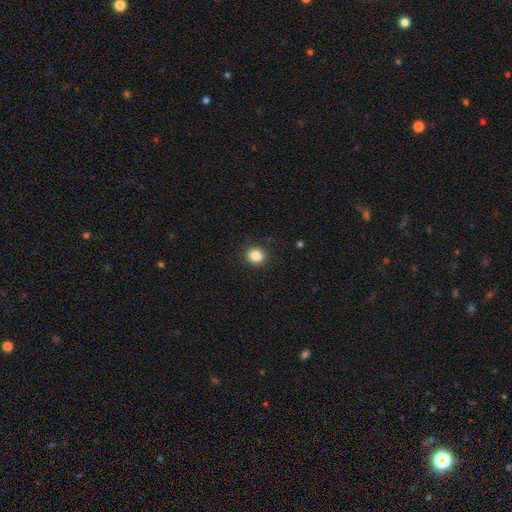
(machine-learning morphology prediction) A smooth galaxy with no disk features (86%) that is round (76%). Merging: none (91%).